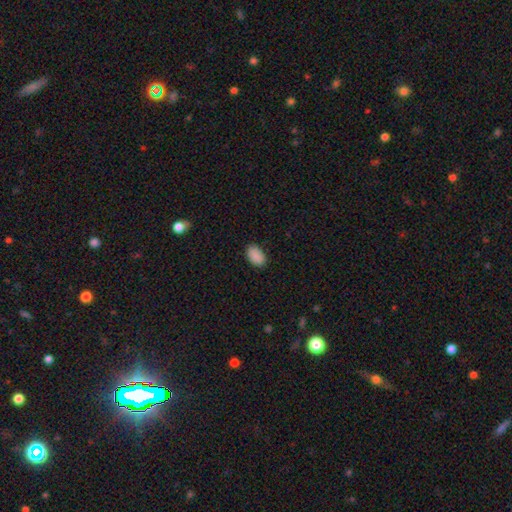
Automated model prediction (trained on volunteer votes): A smooth galaxy with no disk features (90%) that is in between round and cigar-shaped (92%). Merging: none (87%).